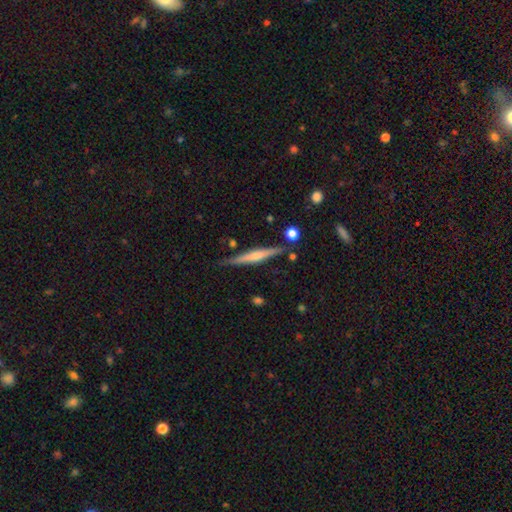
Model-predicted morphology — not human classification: A featured or disk galaxy (64%) viewed edge-on (97%) with a rounded central bulge (63%).

Vote fractions:
- Smooth or featured? featured or disk: 64% / smooth: 30% / star or artifact: 6%
- Edge-on disk? yes: 97% / no: 3%
- Edge-on bulge? rounded: 63% / none: 21% / boxy: 16%
- Merging? none: 83% / minor disturbance: 11% / merger: 3% / major disturbance: 2%